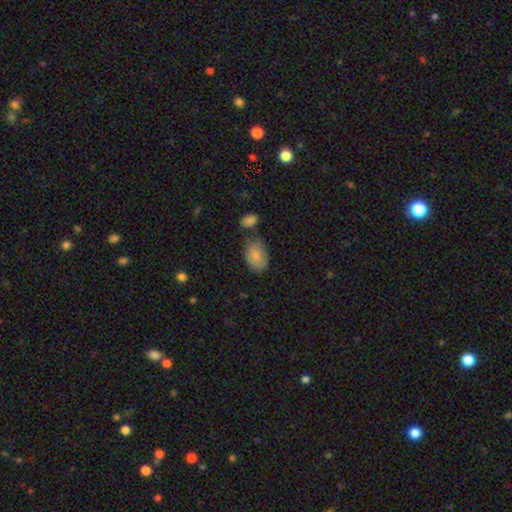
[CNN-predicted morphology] Q: Smooth or featured?
A: smooth (85%); runner-up: featured or disk (9%)
Q: How rounded?
A: in between (91%); runner-up: round (8%)
Q: Merging?
A: none (66%); runner-up: minor disturbance (20%)